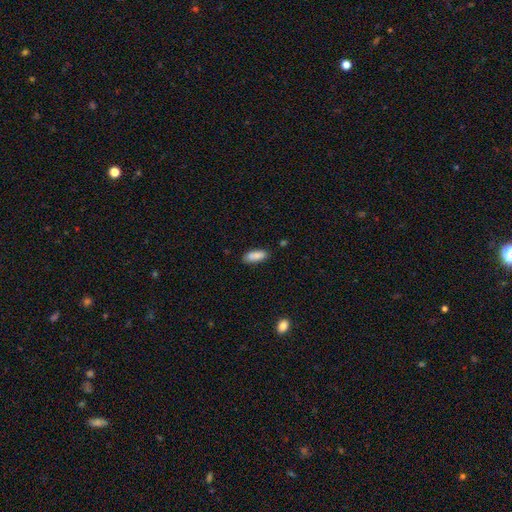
Smooth or featured: smooth — 90% (featured or disk — 5%)
How rounded: in between — 89% (cigar-shaped — 11%)
Merging: none — 62% (minor disturbance — 30%)